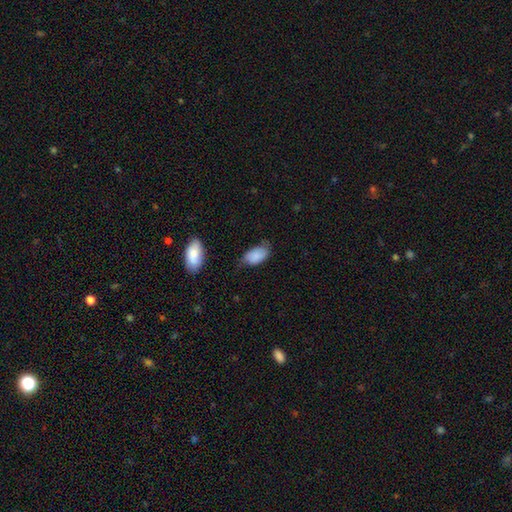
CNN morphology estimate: smooth 85%, featured or disk 8%, star or artifact 7%. Down the decision tree: how rounded — in between (94%); merging — none (53%).